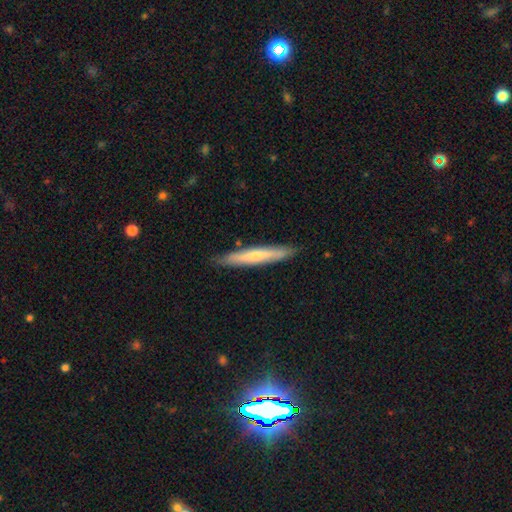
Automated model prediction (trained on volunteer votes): Smooth or featured? smooth (52%)
How rounded? cigar-shaped (94%)
Merging? none (87%)